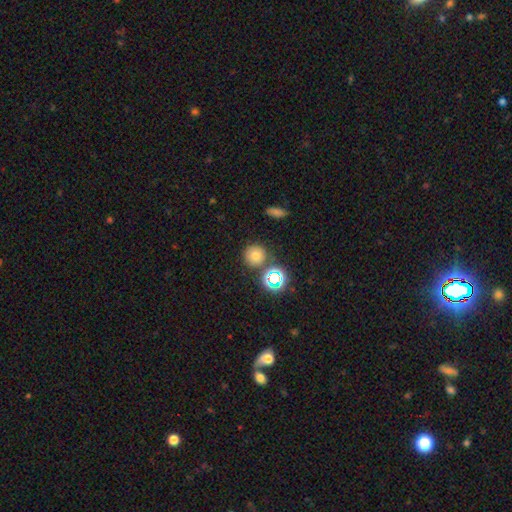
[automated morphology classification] Overall: smooth (70%). How rounded: round (92%). Merging: none (78%).